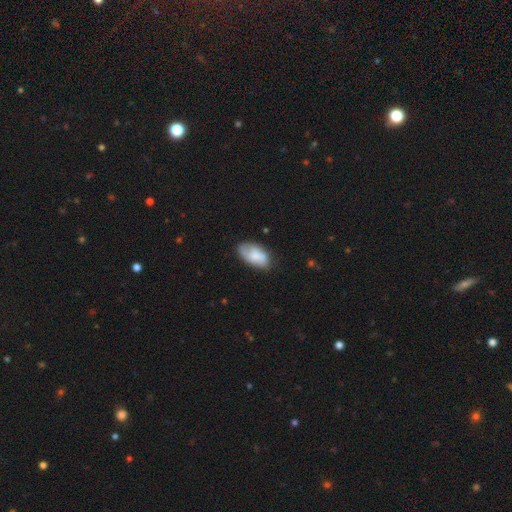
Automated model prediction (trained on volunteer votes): Smooth or featured? Predicted: smooth (p=0.67). How rounded? Predicted: in between (p=0.94). Merging? Predicted: none (p=0.66).